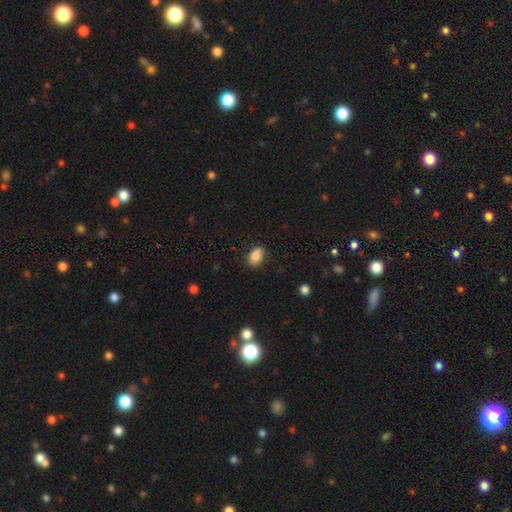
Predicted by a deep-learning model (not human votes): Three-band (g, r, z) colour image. It shows a smooth galaxy with no disk features (85%) that is in between round and cigar-shaped (86%). Merging: none (86%).